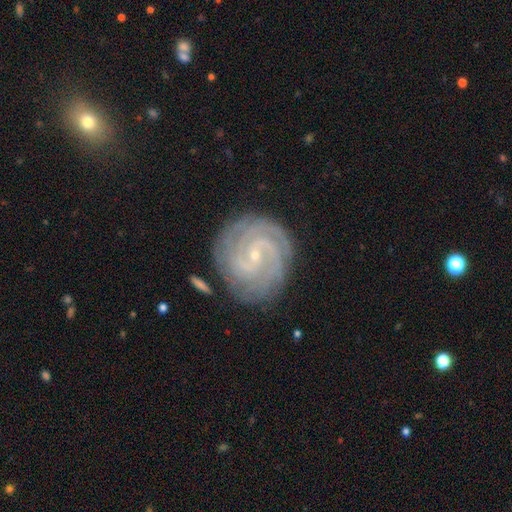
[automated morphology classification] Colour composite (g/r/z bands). It shows a featured or disk galaxy (77%) with a weak bar (51%), 2 (30%) tight (67%) spiral arms (94%) and a small central bulge (75%). Merging: none (81%).